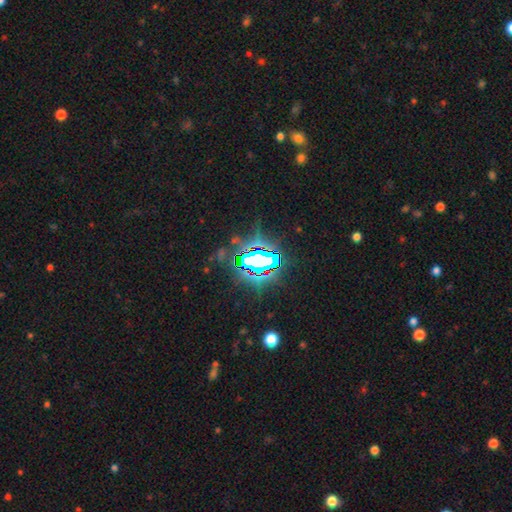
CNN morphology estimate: Smooth or featured: star or artifact — 79% (featured or disk — 11%)